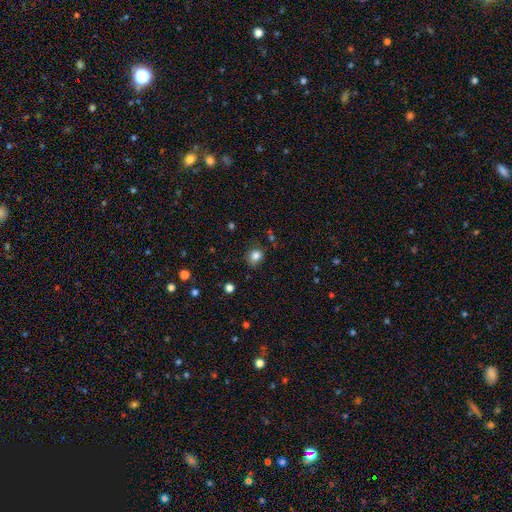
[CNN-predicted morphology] smooth 82%, star or artifact 12%, featured or disk 6%. Down the decision tree: how rounded — round (67%); merging — none (77%).